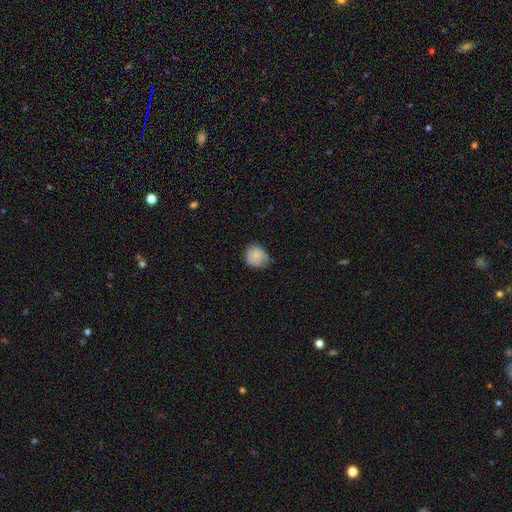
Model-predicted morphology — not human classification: smooth-or-featured: smooth: 83% | featured or disk: 9% | star or artifact: 8%
  how-rounded: round: 78% | in between: 21% | cigar-shaped: 1%
  merging: none: 61% | minor disturbance: 32% | major disturbance: 5% | merger: 1%